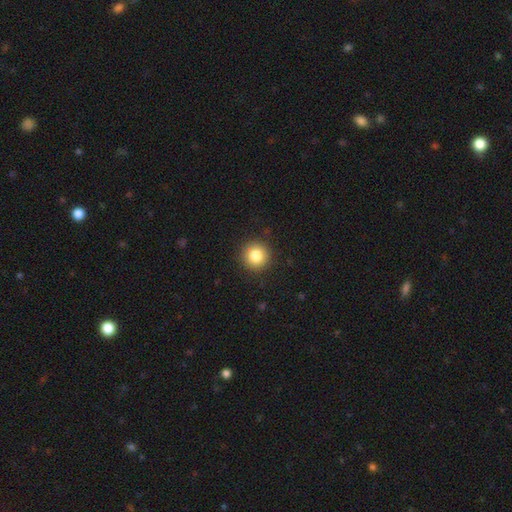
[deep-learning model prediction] This appears to be a smooth galaxy with no disk features (83%) that is round (95%). Merging: none (91%).